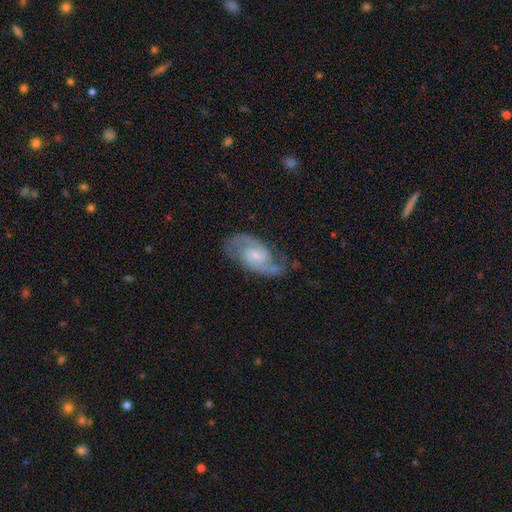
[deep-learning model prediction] Smooth or featured: featured or disk — 89% (smooth — 6%)
Edge-on disk: no — 97% (yes — 3%)
Bar: weak — 47% (no — 43%)
Spiral arms: yes — 98% (no — 2%)
Spiral winding: medium — 58% (tight — 27%)
Spiral arm count: 2 — 92% (can't tell — 3%)
Bulge size: small — 55% (moderate — 32%)
Merging: none — 77% (minor disturbance — 16%)